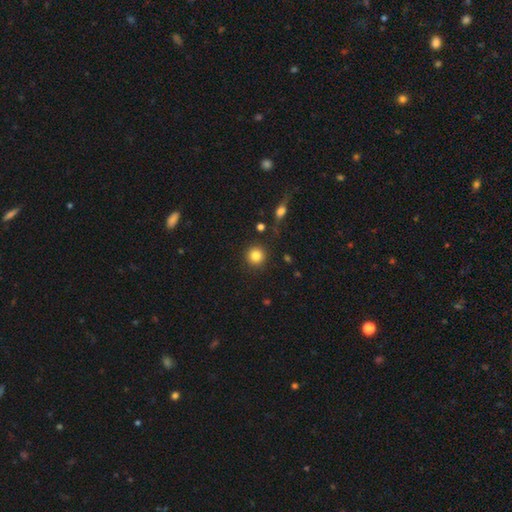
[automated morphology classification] A smooth galaxy with no disk features (84%) that is round (94%). Merging: none (89%).